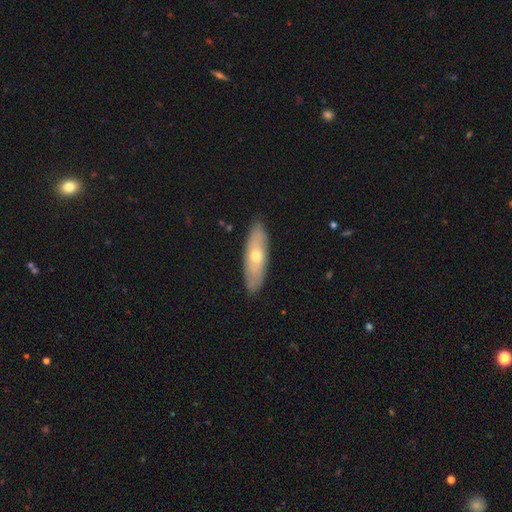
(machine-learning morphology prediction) Smooth or featured? Predicted: featured or disk (p=0.49). Merging? Predicted: none (p=0.88).